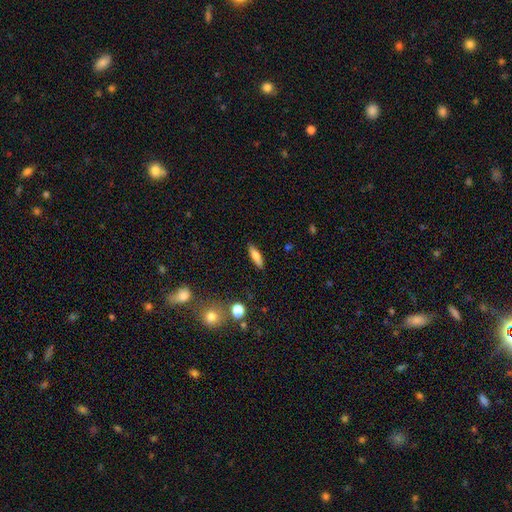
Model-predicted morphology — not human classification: Smooth or featured? Predicted: smooth (p=0.68). How rounded? Predicted: cigar-shaped (p=0.52). Merging? Predicted: none (p=0.88).